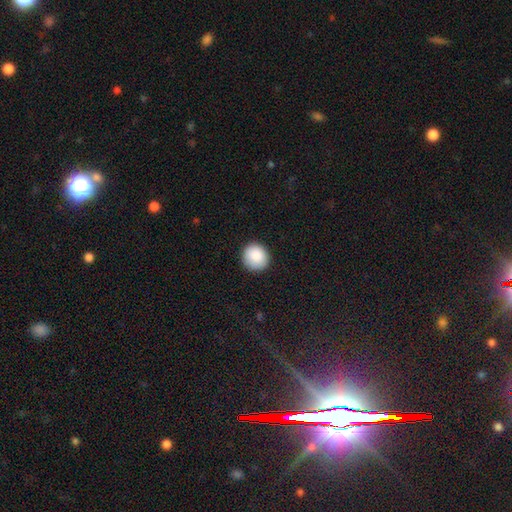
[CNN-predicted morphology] Q: Smooth or featured?
A: smooth (88%); runner-up: star or artifact (8%)
Q: How rounded?
A: round (92%); runner-up: in between (7%)
Q: Merging?
A: none (91%); runner-up: minor disturbance (7%)